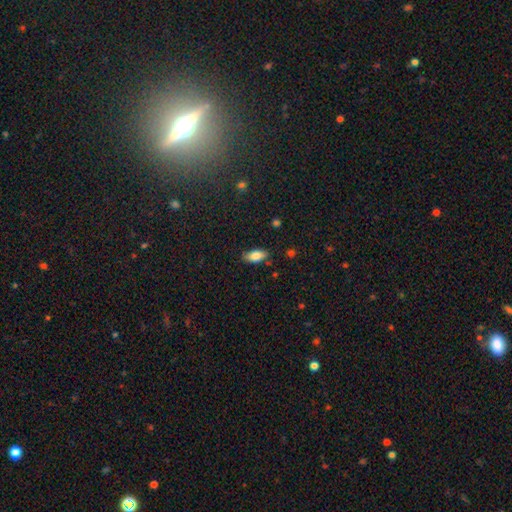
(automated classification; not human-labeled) Smooth or featured? smooth (83%)
How rounded? in between (89%)
Merging? none (82%)